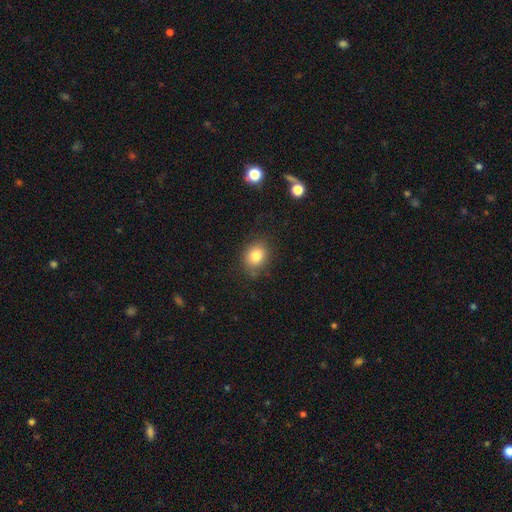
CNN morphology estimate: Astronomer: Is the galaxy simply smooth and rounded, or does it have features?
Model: smooth — 81%.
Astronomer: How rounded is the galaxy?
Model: round — 62%.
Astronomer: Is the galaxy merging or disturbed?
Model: none — 81%.